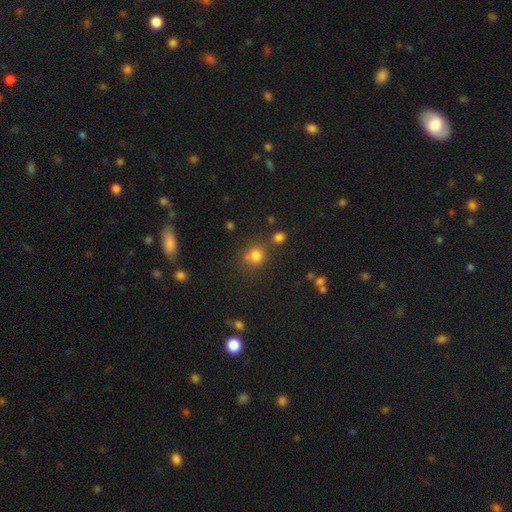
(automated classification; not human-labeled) A smooth galaxy with no disk features (77%) that is round (82%).

Vote fractions:
- Smooth or featured? smooth: 77% / star or artifact: 16% / featured or disk: 7%
- How rounded? round: 82% / in between: 17% / cigar-shaped: 1%
- Merging? none: 64% / merger: 18% / minor disturbance: 13% / major disturbance: 5%